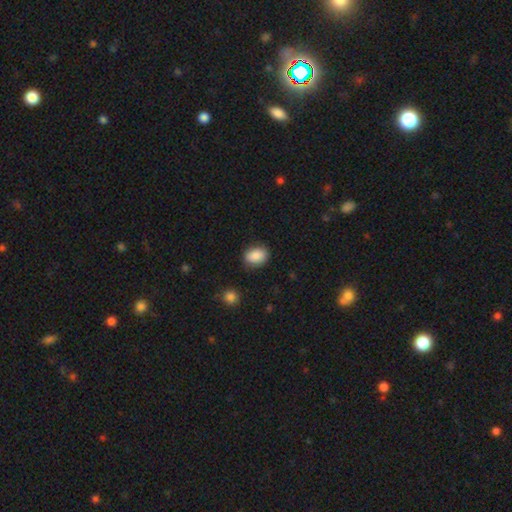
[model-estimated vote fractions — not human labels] The model was most divided on "how rounded": in between: 72%, round: 27%, cigar-shaped: 1%. More confident: smooth or featured — smooth (88%); merging — none (83%).